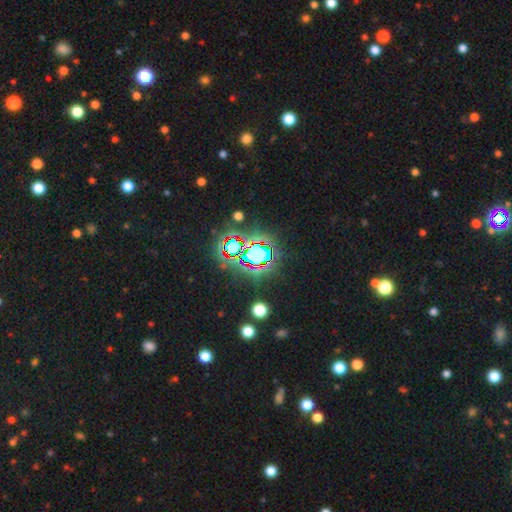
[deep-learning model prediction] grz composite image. It shows a star or artifact, not a galaxy (70%).